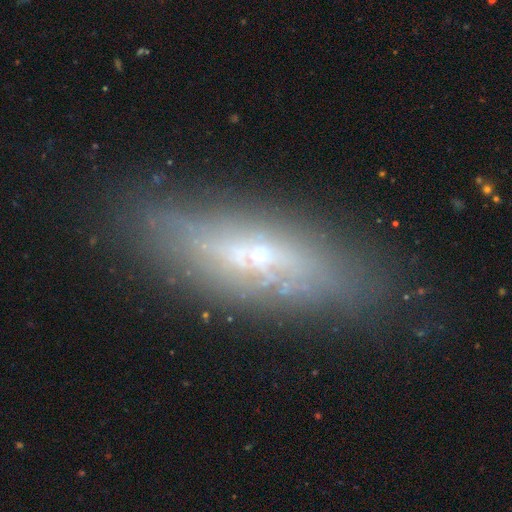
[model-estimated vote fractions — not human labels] Smooth or featured? Predicted: featured or disk (p=0.59). Edge-on disk? Predicted: yes (p=0.62). Merging? Predicted: none (p=0.75).